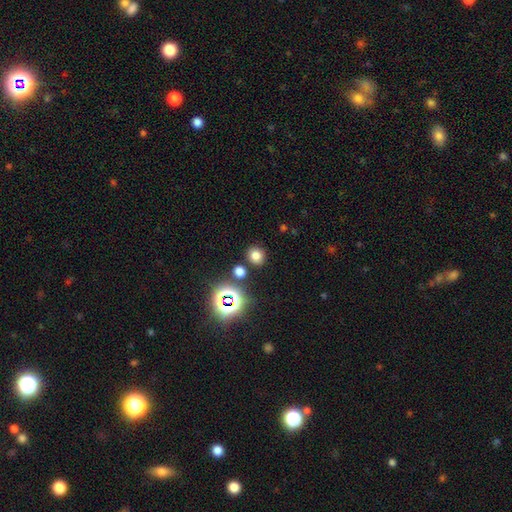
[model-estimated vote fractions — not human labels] Morphology: type=smooth (72%); roundness=round (83%); merging=none (83%).